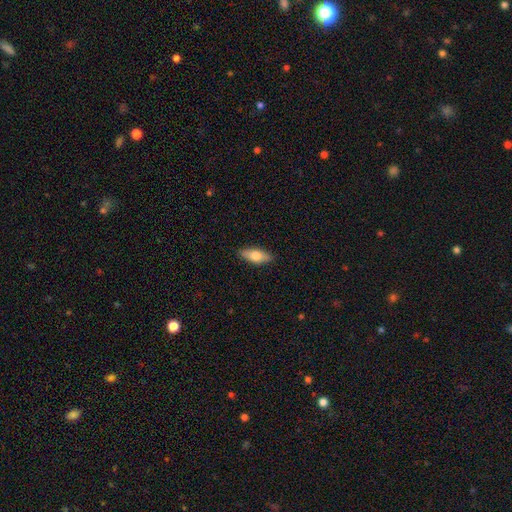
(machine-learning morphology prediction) Q: Smooth or featured?
A: smooth (69%); runner-up: featured or disk (25%)
Q: How rounded?
A: in between (77%); runner-up: cigar-shaped (21%)
Q: Merging?
A: none (88%); runner-up: minor disturbance (9%)